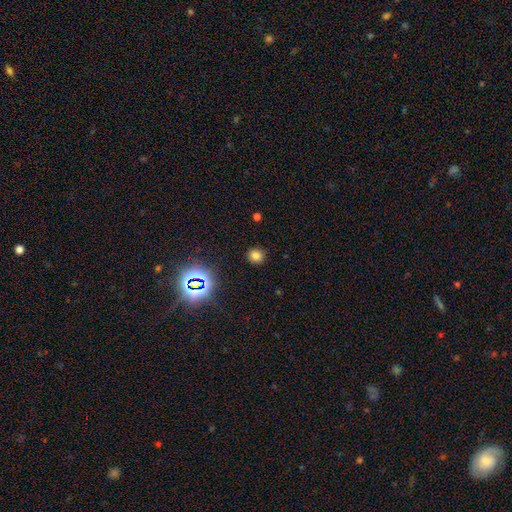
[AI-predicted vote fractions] smooth-or-featured: smooth: 74% | star or artifact: 20% | featured or disk: 6%
  how-rounded: round: 84% | in between: 15% | cigar-shaped: 1%
  merging: none: 89% | minor disturbance: 7% | major disturbance: 2% | merger: 1%